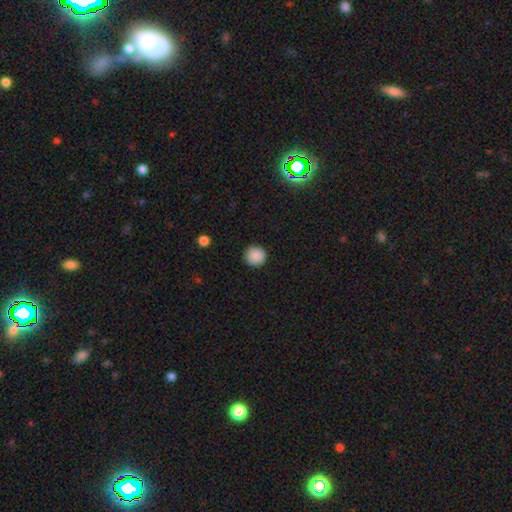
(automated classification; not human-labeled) This is clearly a smooth galaxy (89%). How rounded: clearly round (95%). Merging: clearly none (92%).